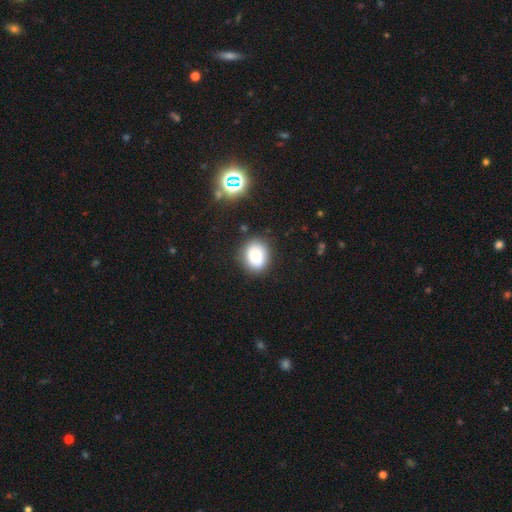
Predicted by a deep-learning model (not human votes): Smooth or featured?
  - smooth: 76% *
  - star or artifact: 12%
  - featured or disk: 12%
How rounded?
  - round: 58% *
  - in between: 41%
  - cigar-shaped: 1%
Merging?
  - none: 84% *
  - minor disturbance: 11%
  - major disturbance: 3%
  - merger: 2%